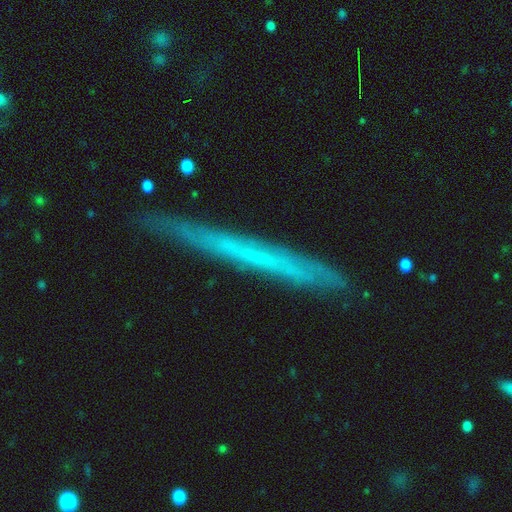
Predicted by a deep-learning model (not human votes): Q: Smooth or featured?
A: featured or disk (54%); runner-up: smooth (37%)
Q: Edge-on disk?
A: yes (94%); runner-up: no (6%)
Q: Edge-on bulge?
A: none (93%); runner-up: rounded (4%)
Q: Merging?
A: none (87%); runner-up: minor disturbance (10%)